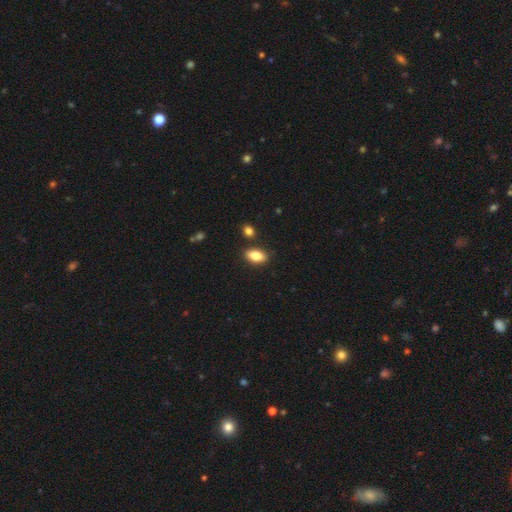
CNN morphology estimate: type=smooth (84%); roundness=in between (89%); merging=none (84%).